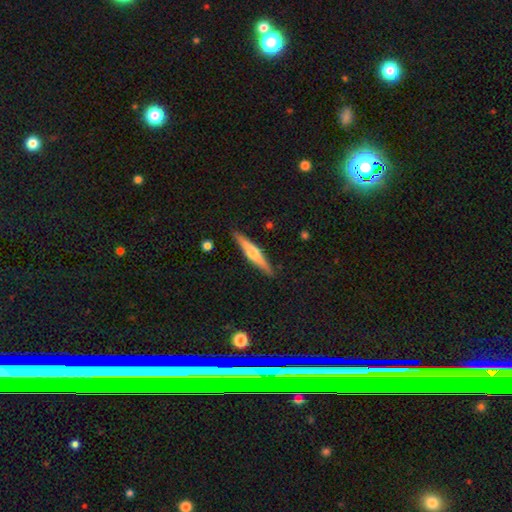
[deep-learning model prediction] The model was most divided on "smooth or featured": featured or disk: 58%, smooth: 36%, star or artifact: 5%. More confident: edge-on disk — yes (96%); merging — none (89%); edge-on bulge — rounded (87%).